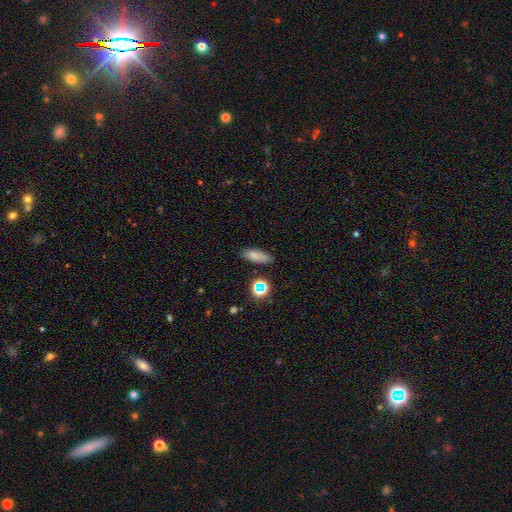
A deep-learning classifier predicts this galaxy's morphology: Smooth or featured?
  - smooth: 77% *
  - star or artifact: 13%
  - featured or disk: 10%
How rounded?
  - in between: 68% *
  - cigar-shaped: 28%
  - round: 5%
Merging?
  - none: 81% *
  - minor disturbance: 13%
  - major disturbance: 3%
  - merger: 3%